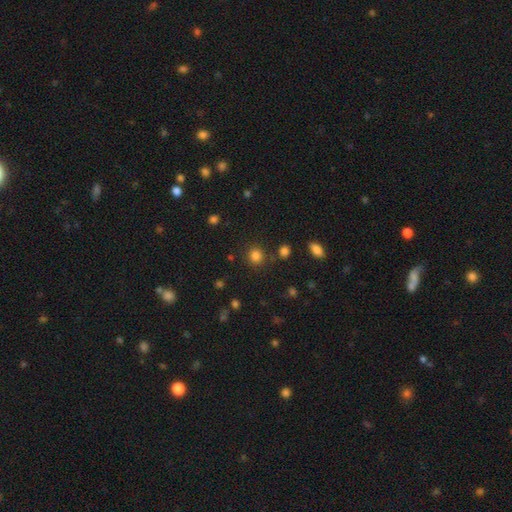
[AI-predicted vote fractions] Smooth or featured? Predicted: smooth (p=0.83). How rounded? Predicted: round (p=0.87). Merging? Predicted: none (p=0.85).